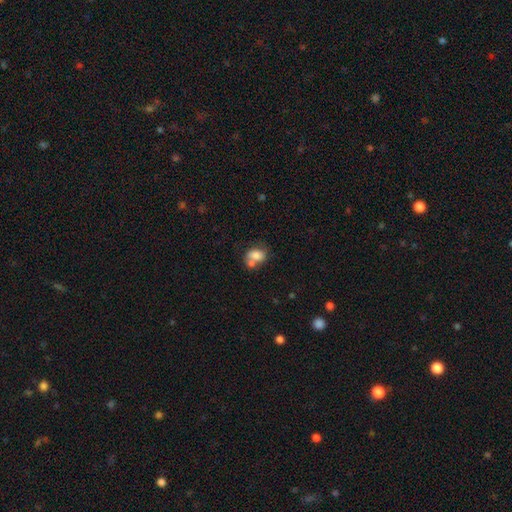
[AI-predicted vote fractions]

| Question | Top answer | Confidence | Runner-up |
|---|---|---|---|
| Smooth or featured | smooth | 75% | featured or disk (16%) |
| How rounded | in between | 71% | round (27%) |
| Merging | merger | 45% | none (33%) |